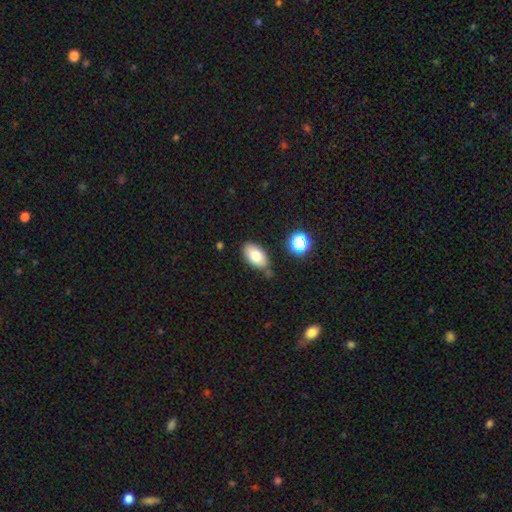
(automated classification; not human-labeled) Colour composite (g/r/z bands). It shows a smooth galaxy with no disk features (79%) that is in between round and cigar-shaped (92%). Merging: none (74%).